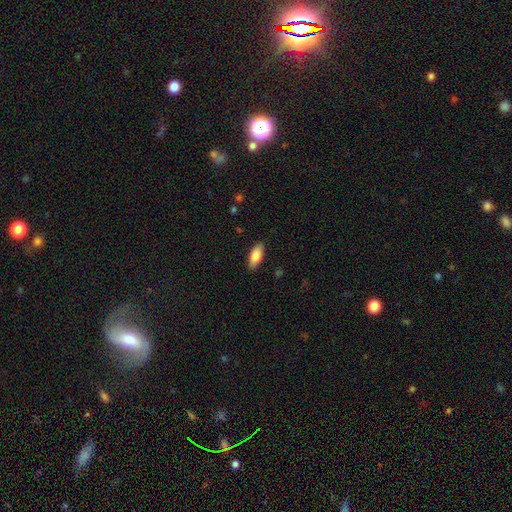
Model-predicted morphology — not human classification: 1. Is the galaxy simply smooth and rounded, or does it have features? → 83% smooth, 11% featured or disk, 6% star or artifact.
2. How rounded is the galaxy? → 83% in between, 15% cigar-shaped, 2% round.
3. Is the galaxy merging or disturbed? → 88% none, 9% minor disturbance, 2% major disturbance, 1% merger.